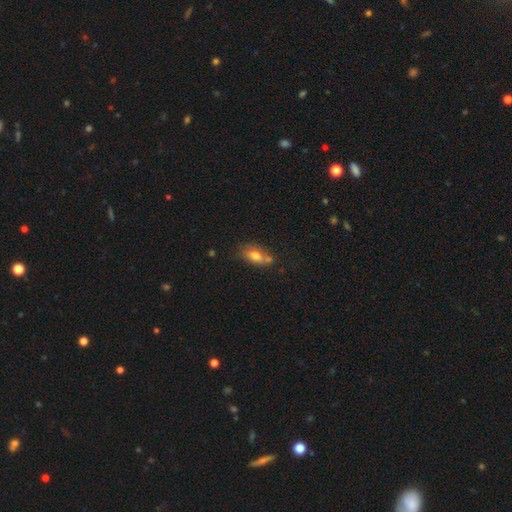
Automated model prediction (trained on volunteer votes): smooth 72%, featured or disk 19%, star or artifact 9%. Down the decision tree: how rounded — in between (82%); merging — none (50%).